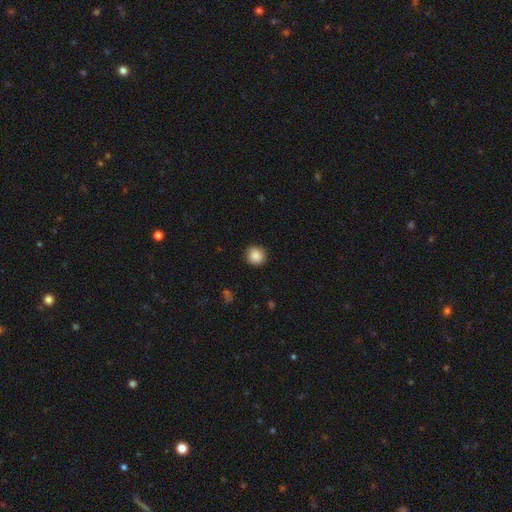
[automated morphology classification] Smooth or featured?
  - smooth: 88% *
  - star or artifact: 8%
  - featured or disk: 3%
How rounded?
  - round: 92% *
  - in between: 7%
  - cigar-shaped: 1%
Merging?
  - none: 89% *
  - minor disturbance: 8%
  - major disturbance: 2%
  - merger: 1%